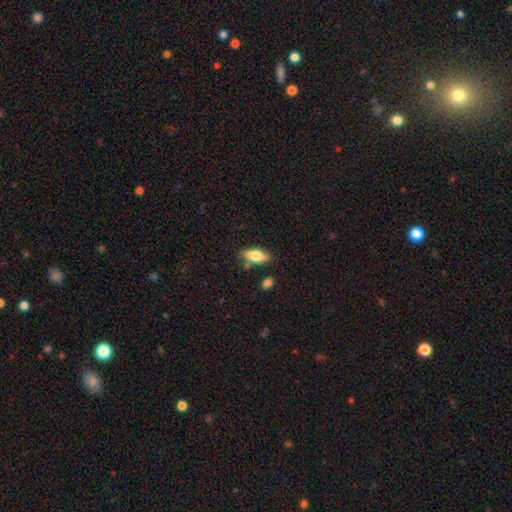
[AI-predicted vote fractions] smooth-or-featured: smooth: 76% | featured or disk: 17% | star or artifact: 7%
  how-rounded: in between: 82% | cigar-shaped: 15% | round: 3%
  merging: none: 77% | minor disturbance: 14% | merger: 6% | major disturbance: 3%